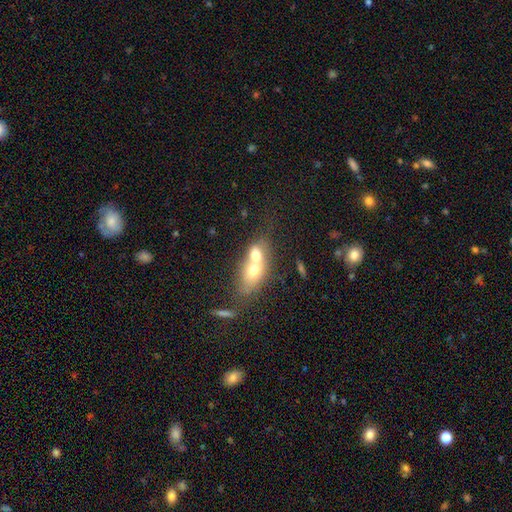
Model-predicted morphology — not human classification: This is likely a smooth galaxy (62%). How rounded: likely in between (63%). Merging: likely merger (74%).